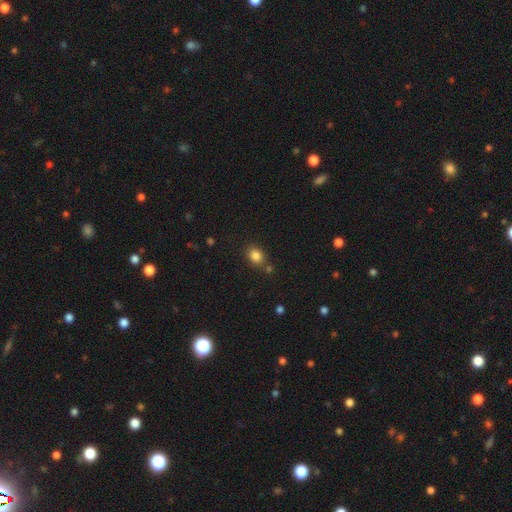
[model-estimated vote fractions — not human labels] Smooth or featured?
  - smooth: 84% *
  - star or artifact: 11%
  - featured or disk: 5%
How rounded?
  - in between: 50% *
  - round: 48%
  - cigar-shaped: 1%
Merging?
  - none: 73% *
  - minor disturbance: 13%
  - merger: 10%
  - major disturbance: 4%